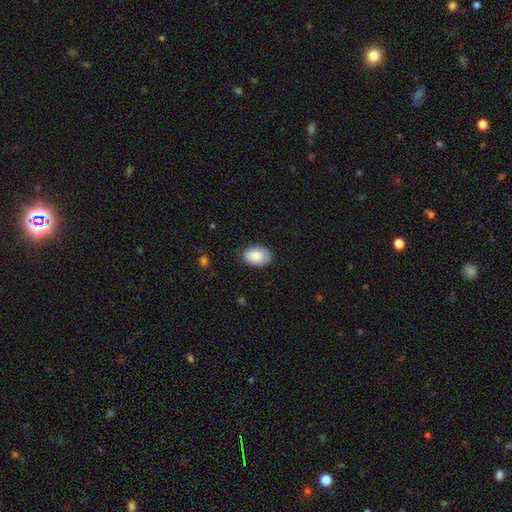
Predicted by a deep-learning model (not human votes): A smooth galaxy with no disk features (86%) that is in between round and cigar-shaped (86%).

Vote fractions:
- Smooth or featured? smooth: 86% / featured or disk: 8% / star or artifact: 6%
- How rounded? in between: 86% / round: 13% / cigar-shaped: 1%
- Merging? none: 81% / minor disturbance: 15% / major disturbance: 3% / merger: 1%